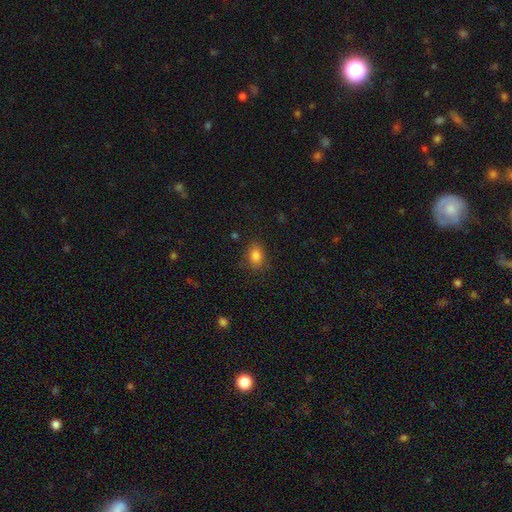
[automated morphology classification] Smooth or featured?
  - smooth: 84% *
  - star or artifact: 10%
  - featured or disk: 6%
How rounded?
  - in between: 69% *
  - round: 30%
  - cigar-shaped: 1%
Merging?
  - none: 78% *
  - minor disturbance: 15%
  - major disturbance: 5%
  - merger: 2%